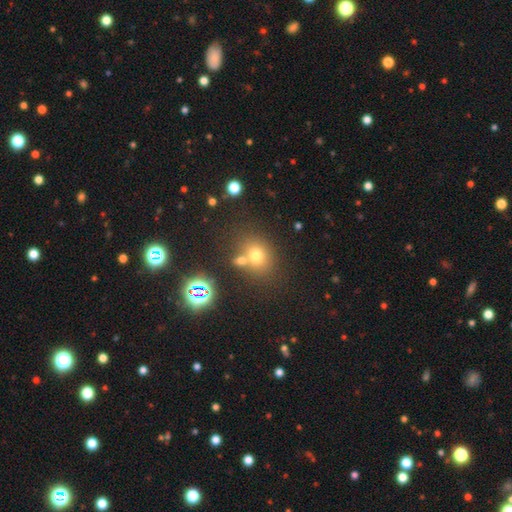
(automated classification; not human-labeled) Overall: smooth (67%). How rounded: round (57%; in between 42%). Merging: none (56%; merger 28%).